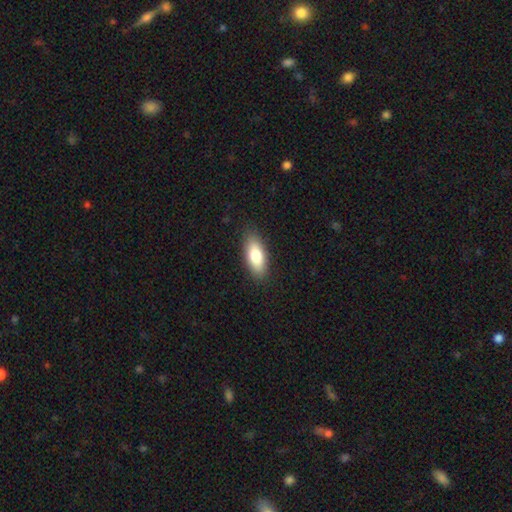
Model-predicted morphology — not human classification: Smooth or featured?
  - smooth: 79% *
  - featured or disk: 14%
  - star or artifact: 6%
How rounded?
  - in between: 80% *
  - cigar-shaped: 17%
  - round: 3%
Merging?
  - none: 87% *
  - minor disturbance: 10%
  - major disturbance: 2%
  - merger: 1%